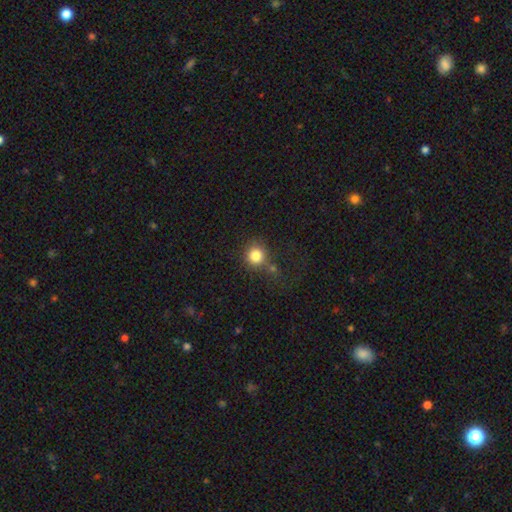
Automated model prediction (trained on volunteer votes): Morphology: type=smooth (82%); roundness=round (90%); merging=none (64%).